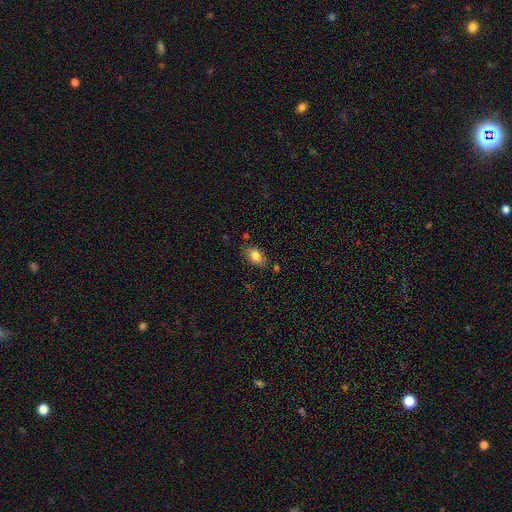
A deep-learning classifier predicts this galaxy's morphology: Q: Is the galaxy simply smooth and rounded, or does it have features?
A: smooth — 82%.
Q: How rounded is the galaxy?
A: in between — 87%.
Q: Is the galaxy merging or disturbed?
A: none — 76%.